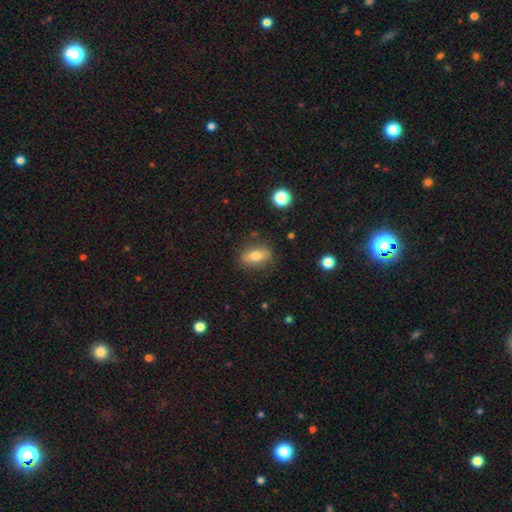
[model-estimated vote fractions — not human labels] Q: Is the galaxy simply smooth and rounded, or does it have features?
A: smooth — 67%.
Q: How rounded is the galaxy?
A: in between — 74%.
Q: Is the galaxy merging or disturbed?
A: none — 82%.